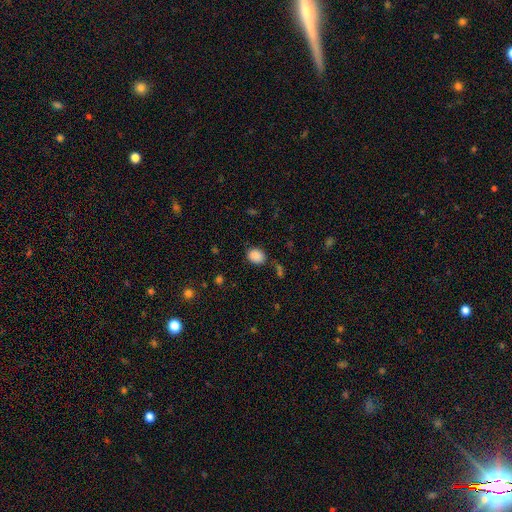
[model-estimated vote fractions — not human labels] smooth 87%, star or artifact 9%, featured or disk 3%. Down the decision tree: how rounded — in between (59%); merging — none (77%).